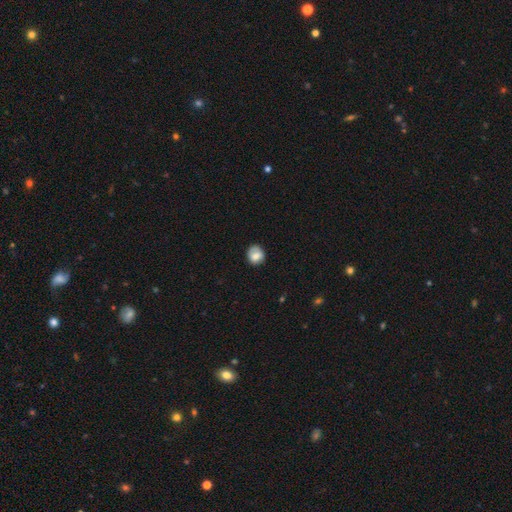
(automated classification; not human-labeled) Smooth or featured? smooth (73%)
How rounded? round (72%)
Merging? none (68%)